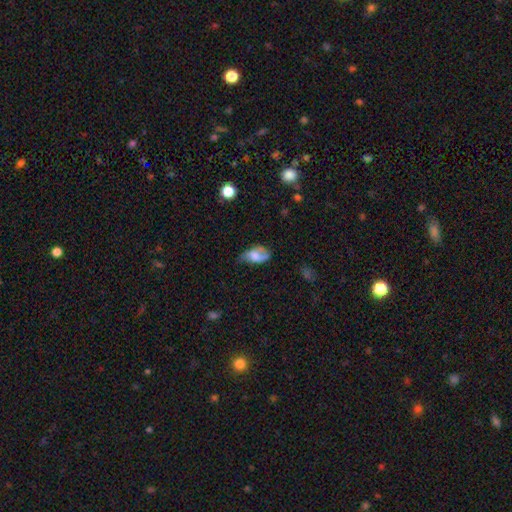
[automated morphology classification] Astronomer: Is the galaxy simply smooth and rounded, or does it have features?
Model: smooth — 54% (runner-up: featured or disk, 37%).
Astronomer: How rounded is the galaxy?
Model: in between — 90%.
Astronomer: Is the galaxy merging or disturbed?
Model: none — 37%, tied with minor disturbance at 37%.